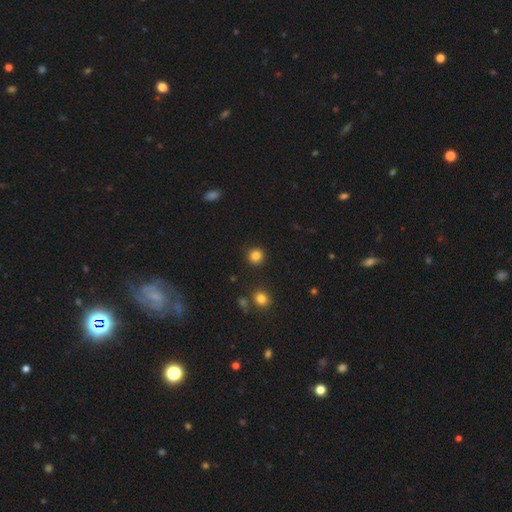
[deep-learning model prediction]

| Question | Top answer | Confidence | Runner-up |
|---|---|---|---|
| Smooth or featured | smooth | 84% | star or artifact (12%) |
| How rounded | round | 93% | in between (6%) |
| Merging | none | 90% | minor disturbance (6%) |